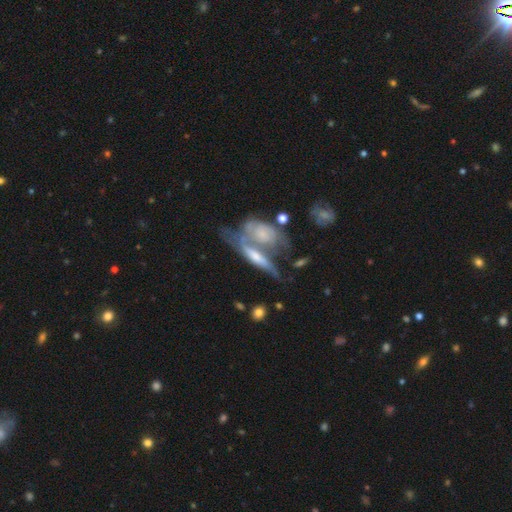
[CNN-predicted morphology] smooth-or-featured: featured or disk: 64% | smooth: 28% | star or artifact: 8%
  disk-edge-on: yes: 53% | no: 47%
  merging: merger: 48% | none: 29% | minor disturbance: 13% | major disturbance: 10%